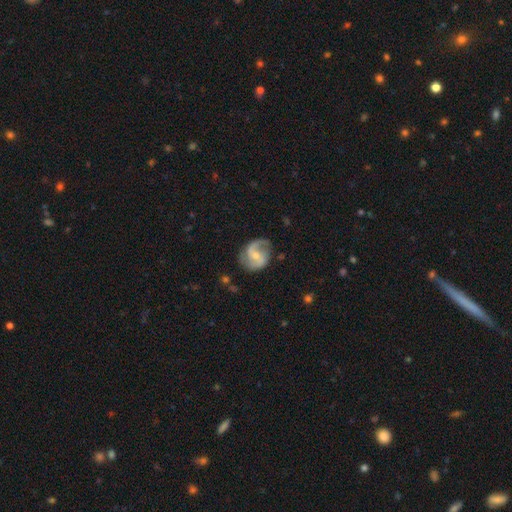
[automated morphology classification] Q: Smooth or featured?
A: featured or disk (84%); runner-up: smooth (11%)
Q: Edge-on disk?
A: no (98%); runner-up: yes (2%)
Q: Bar?
A: weak (46%); runner-up: no (39%)
Q: Spiral arms?
A: yes (96%); runner-up: no (4%)
Q: Spiral winding?
A: medium (50%); runner-up: loose (34%)
Q: Spiral arm count?
A: 2 (87%); runner-up: 1 (5%)
Q: Bulge size?
A: small (56%); runner-up: moderate (36%)
Q: Merging?
A: none (71%); runner-up: minor disturbance (19%)